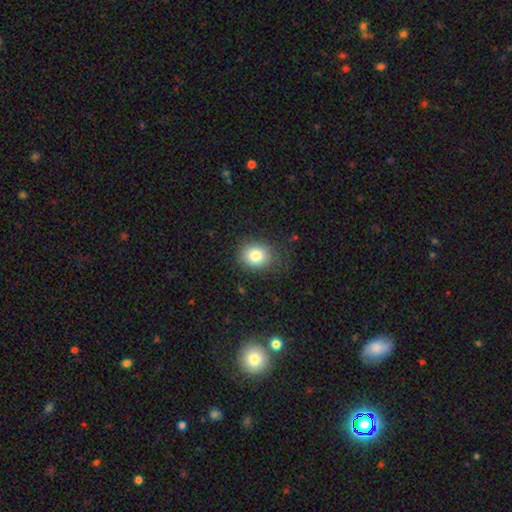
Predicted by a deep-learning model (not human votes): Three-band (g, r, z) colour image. It shows a smooth galaxy with no disk features (80%) that is round (69%). Merging: none (80%).